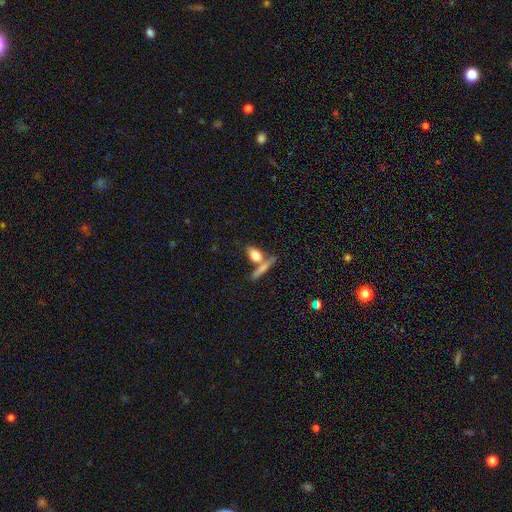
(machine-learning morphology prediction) smooth-or-featured: smooth: 74% | featured or disk: 19% | star or artifact: 8%
  how-rounded: in between: 65% | cigar-shaped: 22% | round: 13%
  merging: none: 50% | merger: 34% | minor disturbance: 11% | major disturbance: 5%